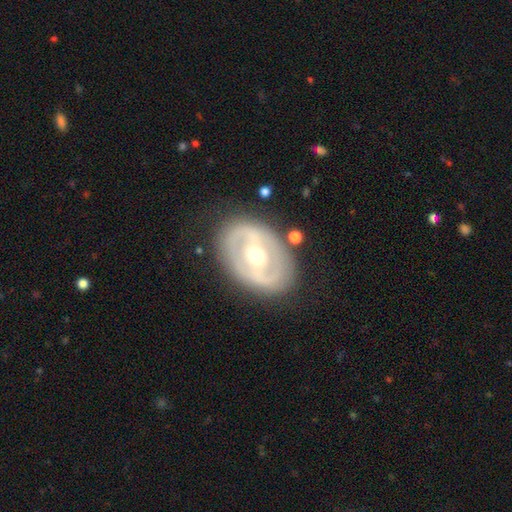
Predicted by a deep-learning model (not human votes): Morphology: type=featured or disk (76%); edge-on=no (95%); bar=strong (35%); spiral arms=no (54%); bulge=moderate (59%); merging=none (81%).